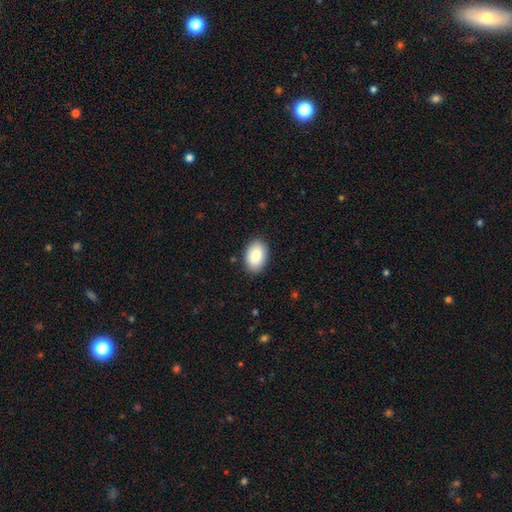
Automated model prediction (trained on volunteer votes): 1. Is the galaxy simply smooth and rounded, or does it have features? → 88% smooth, 6% star or artifact, 5% featured or disk.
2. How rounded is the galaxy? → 90% in between, 9% round, 1% cigar-shaped.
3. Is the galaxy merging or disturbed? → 88% none, 9% minor disturbance, 2% major disturbance, 1% merger.